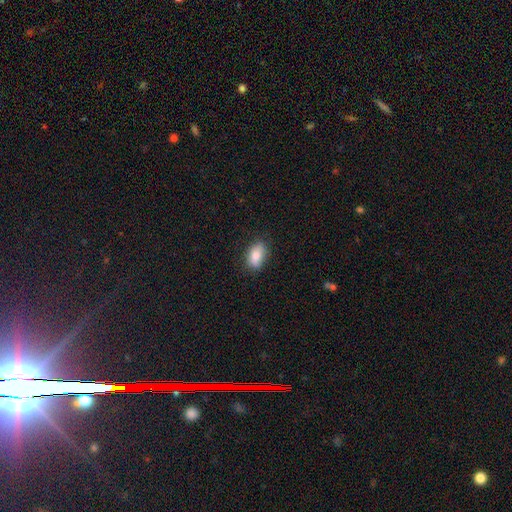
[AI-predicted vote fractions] Smooth or featured? Predicted: smooth (p=0.82). How rounded? Predicted: in between (p=0.88). Merging? Predicted: none (p=0.80).